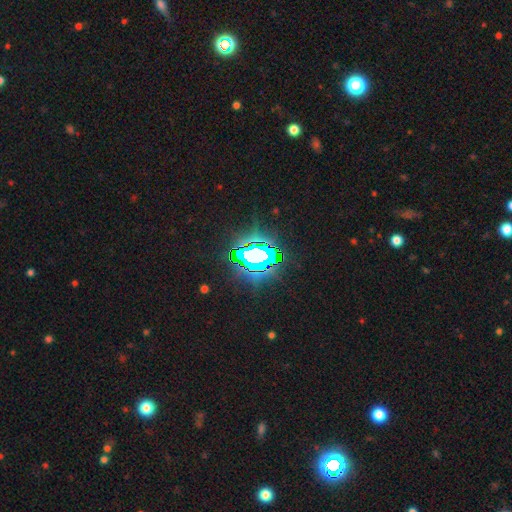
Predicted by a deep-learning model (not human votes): A star or artifact, not a galaxy (66%).